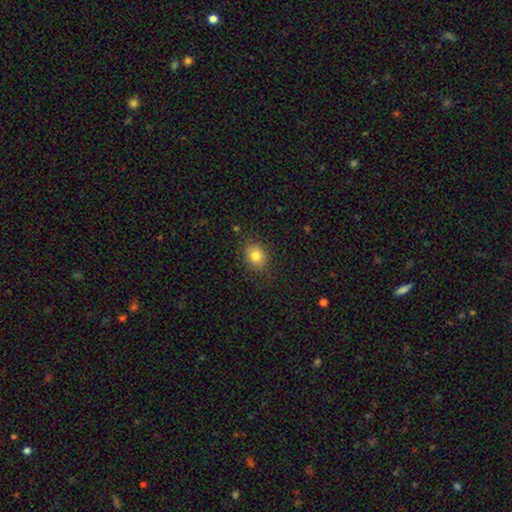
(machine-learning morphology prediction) Smooth or featured?
  - smooth: 82% *
  - star or artifact: 11%
  - featured or disk: 7%
How rounded?
  - round: 55% *
  - in between: 45%
  - cigar-shaped: 1%
Merging?
  - none: 85% *
  - minor disturbance: 11%
  - major disturbance: 3%
  - merger: 1%